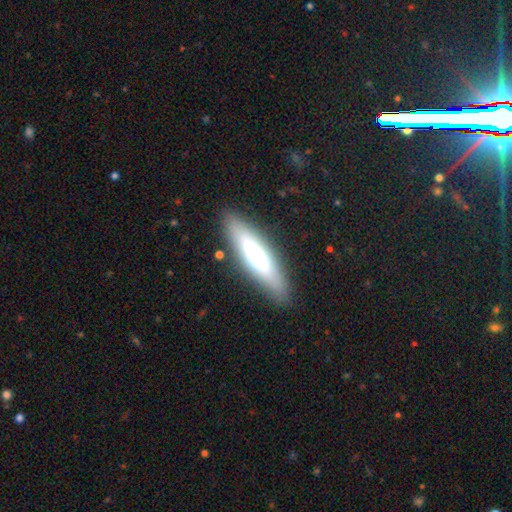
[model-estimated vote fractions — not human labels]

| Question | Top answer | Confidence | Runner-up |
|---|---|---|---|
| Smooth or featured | smooth | 54% | featured or disk (39%) |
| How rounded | cigar-shaped | 66% | in between (32%) |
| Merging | none | 86% | minor disturbance (10%) |